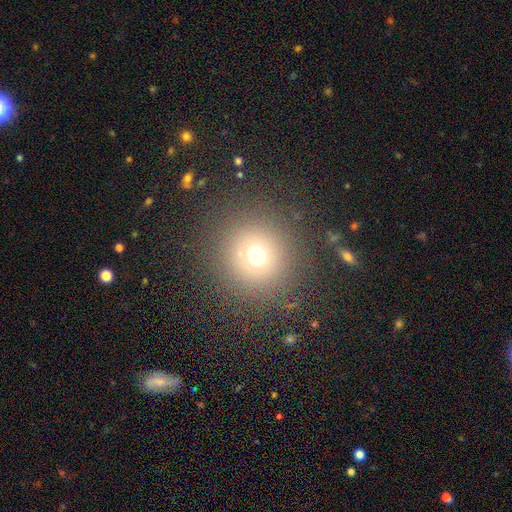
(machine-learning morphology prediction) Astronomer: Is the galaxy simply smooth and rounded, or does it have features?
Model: smooth — 67%.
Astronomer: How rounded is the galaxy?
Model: round — 95%.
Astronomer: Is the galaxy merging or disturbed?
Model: none — 85%.